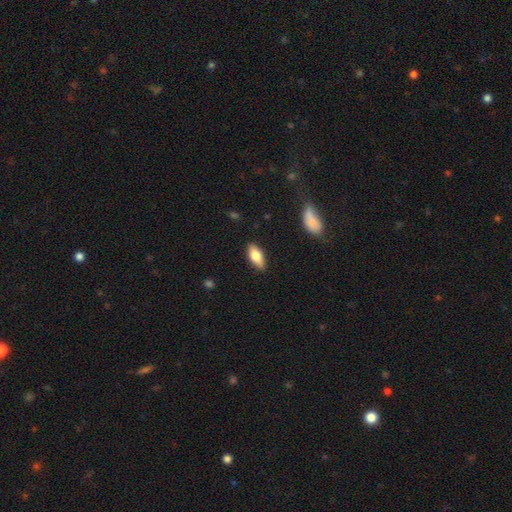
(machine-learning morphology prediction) This appears to be a smooth galaxy with no disk features (73%) that is in between round and cigar-shaped (81%). Merging: none (87%).